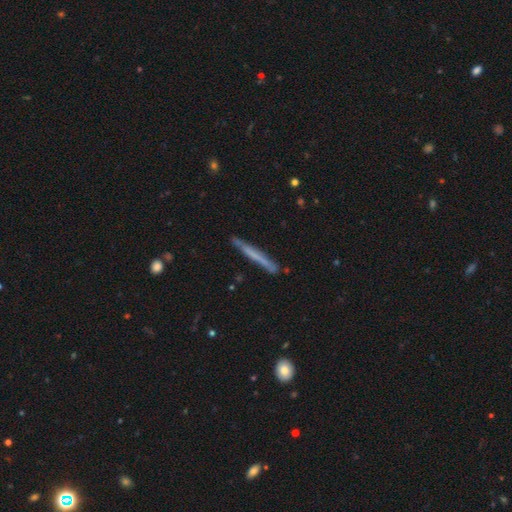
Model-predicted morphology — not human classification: smooth-or-featured: smooth: 50% | featured or disk: 43% | star or artifact: 6%
  how-rounded: cigar-shaped: 96% | in between: 2% | round: 1%
  merging: none: 85% | minor disturbance: 11% | major disturbance: 2% | merger: 2%